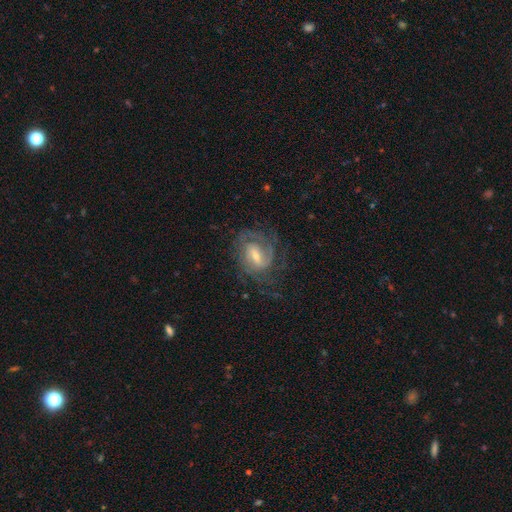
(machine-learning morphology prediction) smooth-or-featured: featured or disk: 84% | smooth: 10% | star or artifact: 7%
  disk-edge-on: no: 97% | yes: 3%
    bar: weak: 53% | strong: 27% | no: 20%
    has-spiral-arms: yes: 94% | no: 6%
      spiral-winding: tight: 46% | medium: 41% | loose: 12%
      spiral-arm-count: 2: 37% | can't tell: 26% | 3: 20% | 4: 6% | 1: 6% | more than 4: 4%
    bulge-size: small: 50% | moderate: 42% | large: 4% | none: 3% | dominant: 1%
  merging: none: 65% | minor disturbance: 18% | major disturbance: 16% | merger: 1%